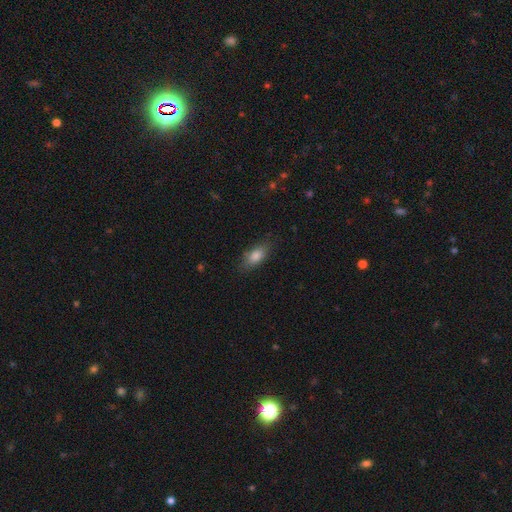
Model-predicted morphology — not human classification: Smooth or featured: smooth — 82% (featured or disk — 10%)
How rounded: in between — 83% (cigar-shaped — 13%)
Merging: none — 80% (minor disturbance — 15%)